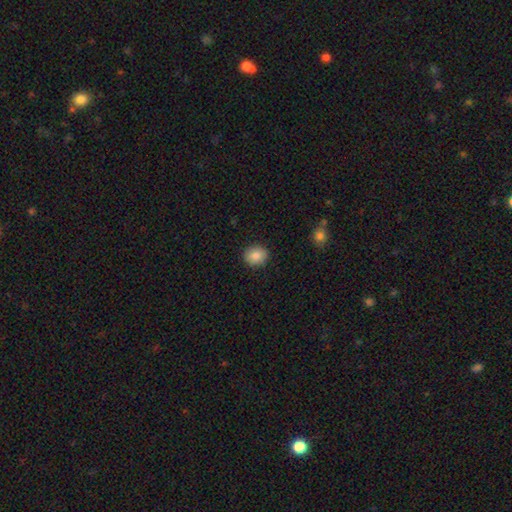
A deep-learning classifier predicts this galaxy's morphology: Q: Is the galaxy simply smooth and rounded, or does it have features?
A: smooth — 85%.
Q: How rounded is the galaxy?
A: round — 73%.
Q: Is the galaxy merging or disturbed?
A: none — 91%.